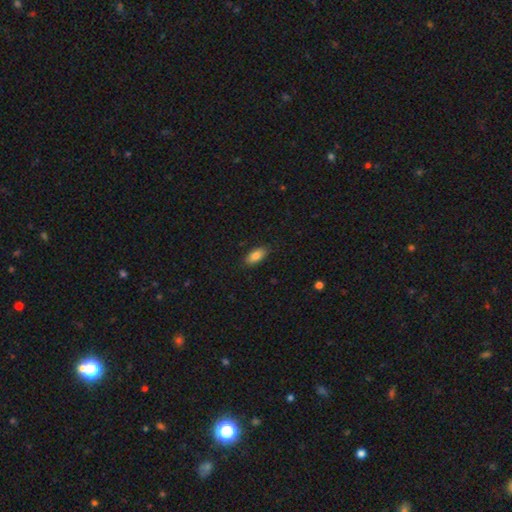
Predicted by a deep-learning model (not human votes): Smooth or featured?
  - smooth: 84% *
  - featured or disk: 8%
  - star or artifact: 7%
How rounded?
  - in between: 88% *
  - cigar-shaped: 9%
  - round: 3%
Merging?
  - none: 85% *
  - minor disturbance: 11%
  - major disturbance: 2%
  - merger: 1%